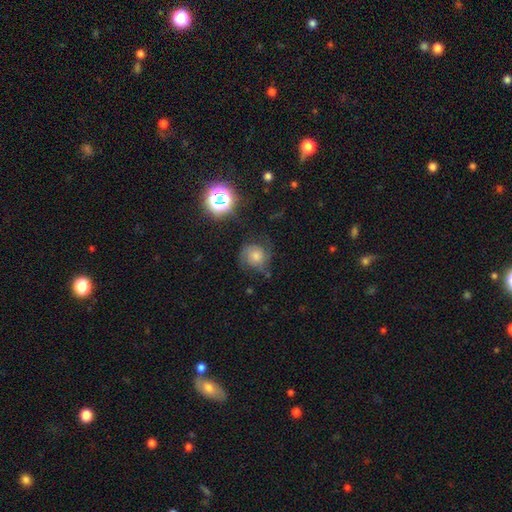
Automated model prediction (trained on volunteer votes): Q: Smooth or featured?
A: smooth (41%); tied with: featured or disk (41%)
Q: Merging?
A: none (62%); runner-up: minor disturbance (23%)